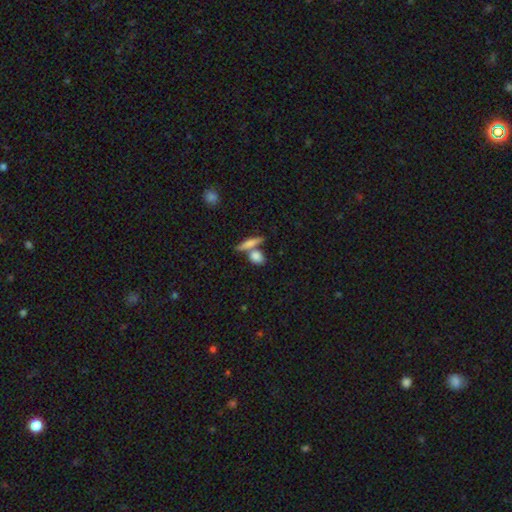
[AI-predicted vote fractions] The model was most divided on "how rounded": in between: 49%, round: 33%, cigar-shaped: 18%. More confident: smooth or featured — smooth (78%); merging — none (54%).